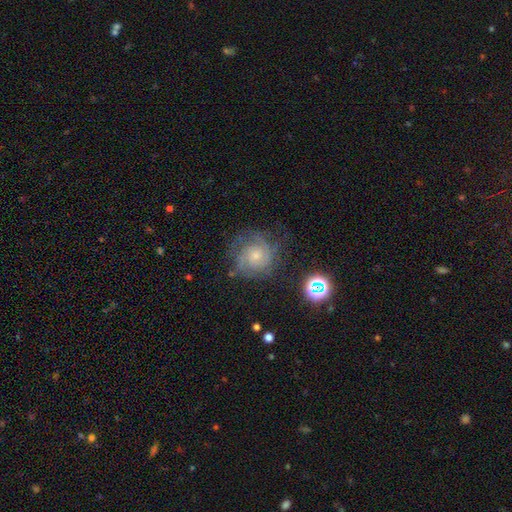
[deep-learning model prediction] Smooth or featured?
  - featured or disk: 77% *
  - smooth: 13%
  - star or artifact: 10%
Edge-on disk?
  - no: 98% *
  - yes: 2%
Bar?
  - no: 77% *
  - weak: 20%
  - strong: 3%
Spiral arms?
  - yes: 95% *
  - no: 5%
Spiral winding?
  - tight: 64% *
  - medium: 29%
  - loose: 6%
Spiral arm count?
  - can't tell: 30% * (tied)
  - 2: 30% * (tied)
  - 3: 23%
  - 4: 7%
  - 1: 5%
  - more than 4: 5%
Bulge size?
  - small: 65% *
  - moderate: 28%
  - none: 3%
  - large: 2%
  - dominant: 1%
Merging?
  - none: 68% *
  - minor disturbance: 19%
  - major disturbance: 11%
  - merger: 2%